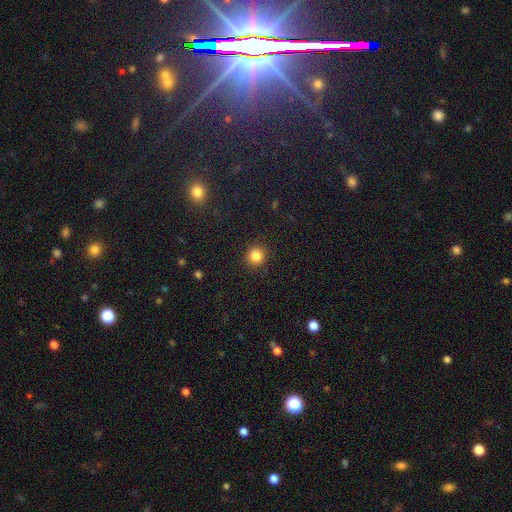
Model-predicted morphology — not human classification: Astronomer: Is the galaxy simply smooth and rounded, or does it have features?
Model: smooth — 84%.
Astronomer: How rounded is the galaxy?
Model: round — 91%.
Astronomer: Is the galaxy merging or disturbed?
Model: none — 91%.